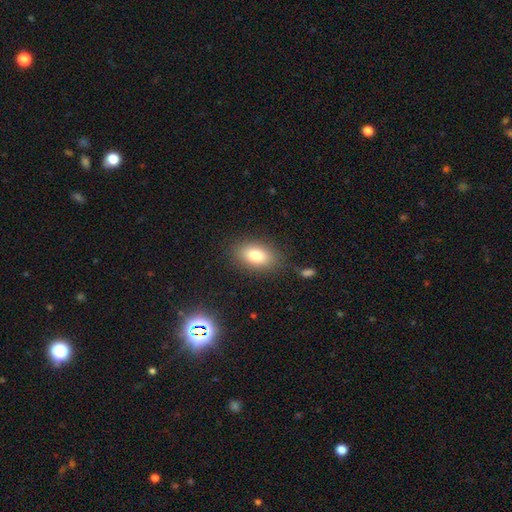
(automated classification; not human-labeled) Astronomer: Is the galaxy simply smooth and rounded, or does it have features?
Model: smooth — 81%.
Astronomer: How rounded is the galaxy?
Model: in between — 88%.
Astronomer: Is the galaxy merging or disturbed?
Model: none — 83%.